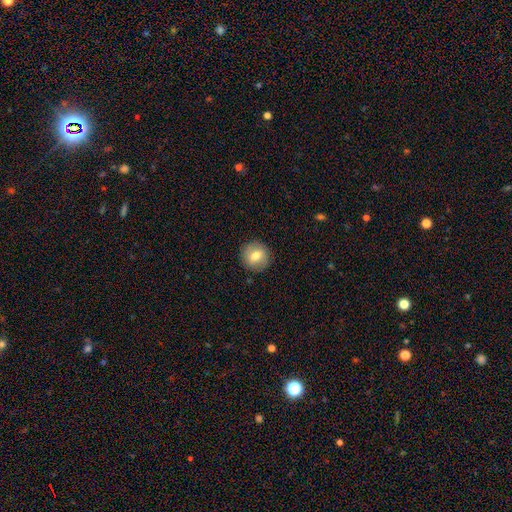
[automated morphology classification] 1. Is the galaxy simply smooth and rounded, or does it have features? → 73% smooth, 19% featured or disk, 9% star or artifact.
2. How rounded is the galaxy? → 92% round, 7% in between, 1% cigar-shaped.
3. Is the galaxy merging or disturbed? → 89% none, 7% minor disturbance, 2% major disturbance, 1% merger.